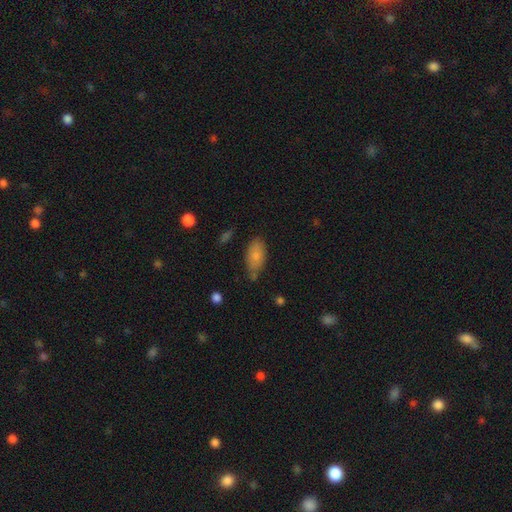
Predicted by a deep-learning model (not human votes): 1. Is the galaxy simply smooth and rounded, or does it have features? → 81% smooth, 12% featured or disk, 7% star or artifact.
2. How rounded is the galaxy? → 91% in between, 6% cigar-shaped, 3% round.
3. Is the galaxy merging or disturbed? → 65% none, 24% minor disturbance, 5% major disturbance, 5% merger.